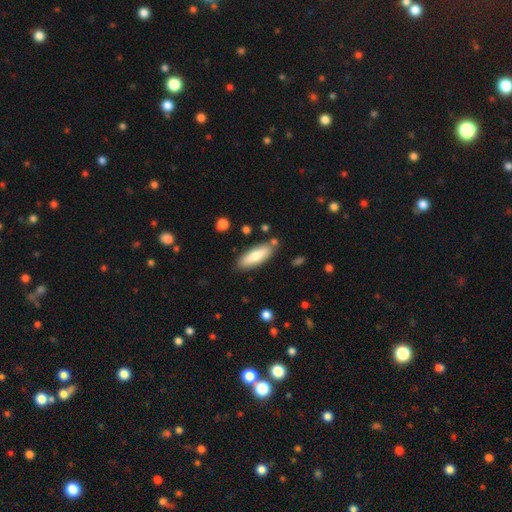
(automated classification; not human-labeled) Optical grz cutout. It shows a smooth galaxy with no disk features (72%) that is in between round and cigar-shaped (60%). Merging: none (81%).